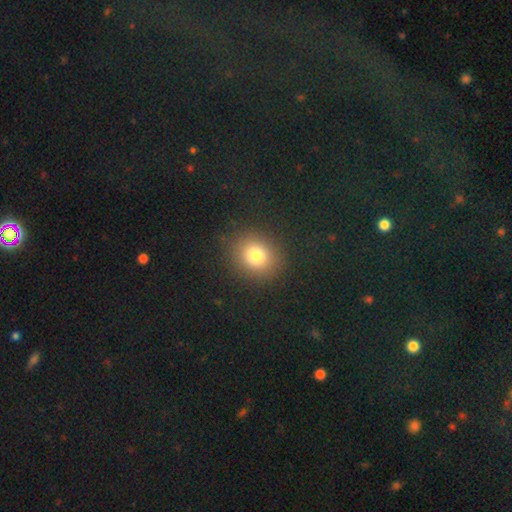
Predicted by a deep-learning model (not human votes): Morphology: type=smooth (77%); roundness=round (81%); merging=none (89%).